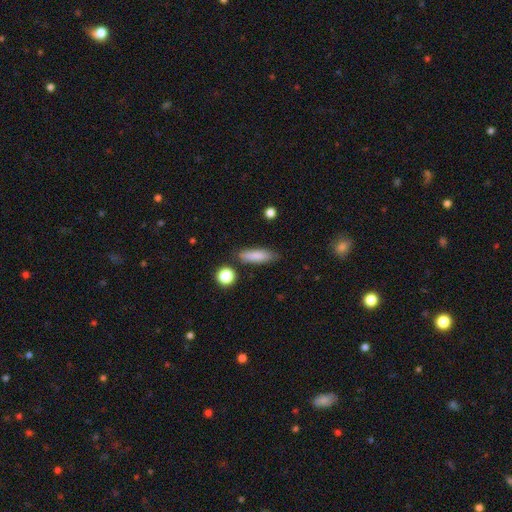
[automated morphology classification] Smooth or featured: smooth — 84% (featured or disk — 9%)
How rounded: cigar-shaped — 55% (in between — 42%)
Merging: none — 78% (minor disturbance — 15%)